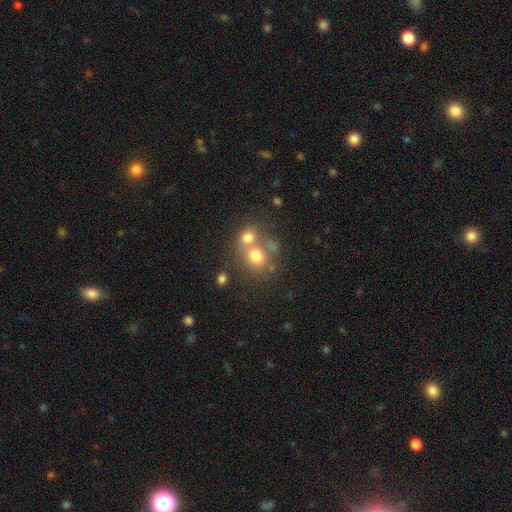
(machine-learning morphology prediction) Smooth or featured? smooth (71%)
How rounded? round (75%)
Merging? merger (46%)